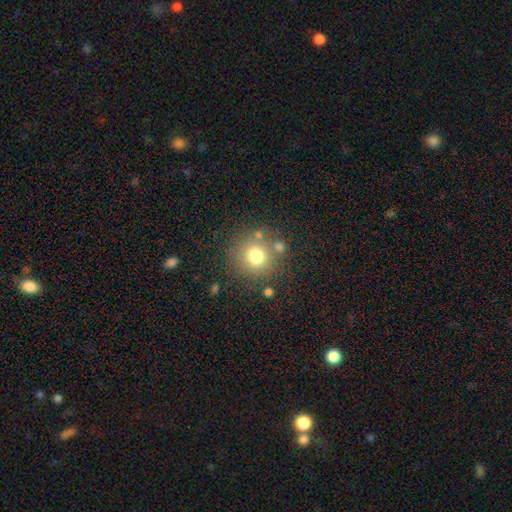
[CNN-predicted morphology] Smooth or featured: smooth — 74% (star or artifact — 14%)
How rounded: round — 91% (in between — 8%)
Merging: none — 76% (minor disturbance — 11%)